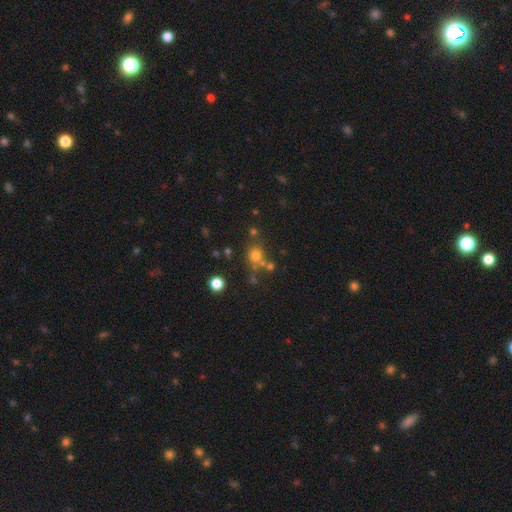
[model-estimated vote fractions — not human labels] Q: Smooth or featured?
A: smooth (69%); runner-up: star or artifact (20%)
Q: How rounded?
A: round (84%); runner-up: in between (15%)
Q: Merging?
A: none (62%); runner-up: merger (21%)